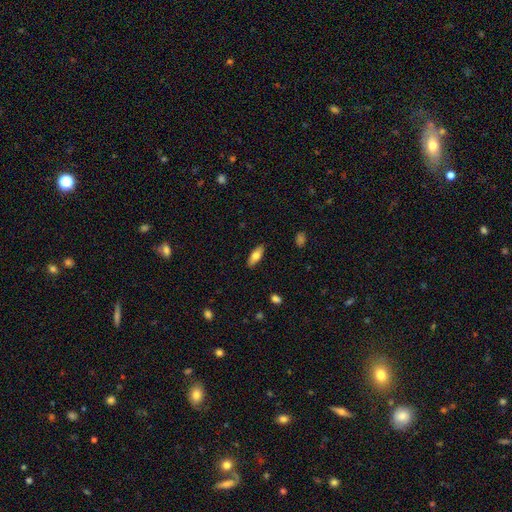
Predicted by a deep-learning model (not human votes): Smooth or featured? Predicted: smooth (p=0.73). How rounded? Predicted: in between (p=0.72). Merging? Predicted: none (p=0.88).